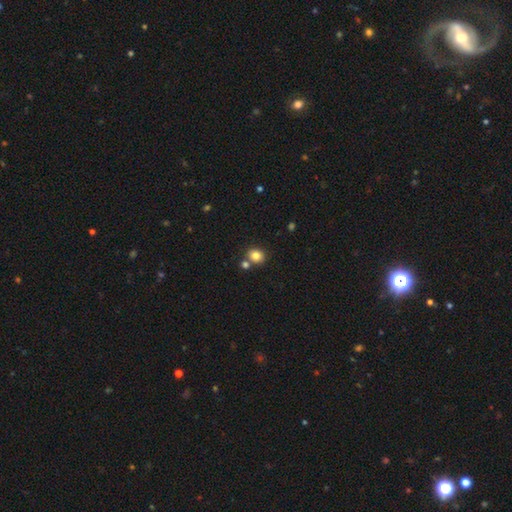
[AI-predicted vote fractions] A smooth galaxy with no disk features (82%) that is round (72%).

Vote fractions:
- Smooth or featured? smooth: 82% / star or artifact: 11% / featured or disk: 7%
- How rounded? round: 72% / in between: 27% / cigar-shaped: 1%
- Merging? none: 70% / merger: 18% / minor disturbance: 9% / major disturbance: 2%